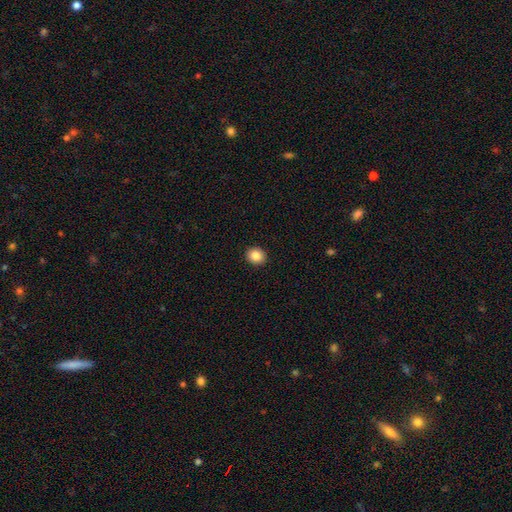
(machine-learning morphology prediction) smooth_or_featured: smooth (p=0.86) [alt: star or artifact p=0.09]
how_rounded: round (p=0.76) [alt: in between p=0.24]
merging: none (p=0.92) [alt: minor disturbance p=0.05]